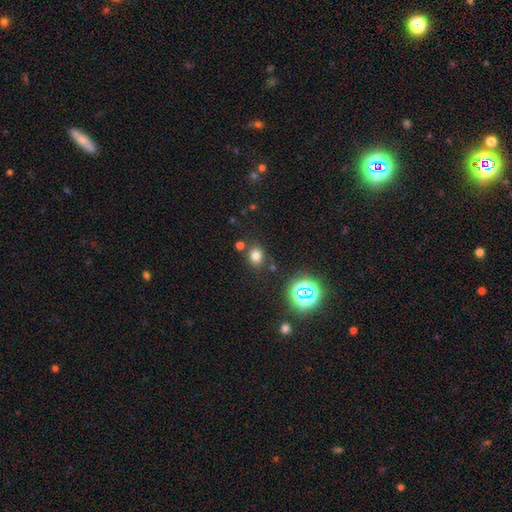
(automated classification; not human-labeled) Smooth or featured: smooth — 73% (star or artifact — 20%)
How rounded: round — 66% (in between — 34%)
Merging: none — 78% (minor disturbance — 10%)